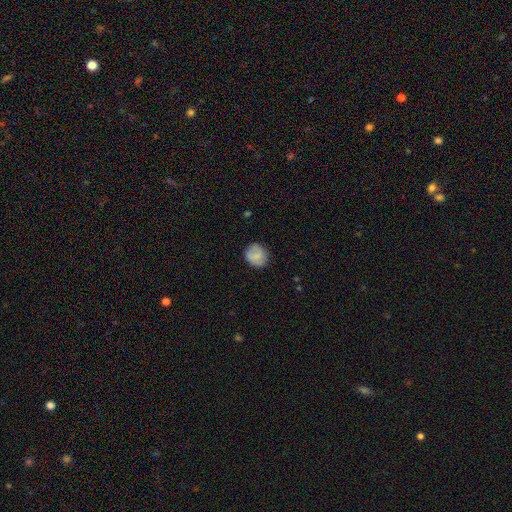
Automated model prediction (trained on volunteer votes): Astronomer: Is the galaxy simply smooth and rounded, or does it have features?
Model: smooth — 79%.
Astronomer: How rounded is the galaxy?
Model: round — 79%.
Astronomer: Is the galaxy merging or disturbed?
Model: none — 82%.